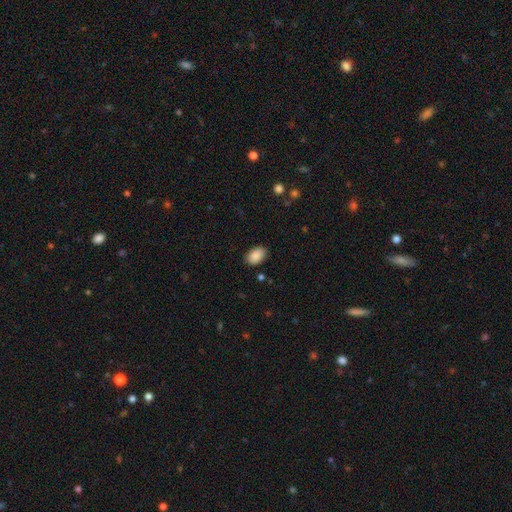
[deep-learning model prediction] A smooth galaxy with no disk features (89%) that is in between round and cigar-shaped (89%). Merging: none (85%).